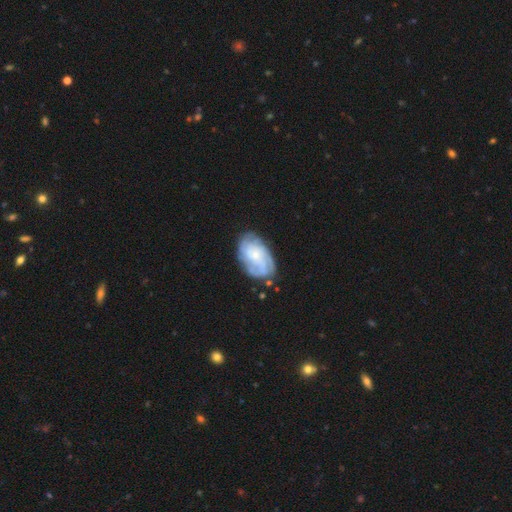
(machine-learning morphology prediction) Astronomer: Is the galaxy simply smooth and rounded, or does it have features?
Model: featured or disk — 72%.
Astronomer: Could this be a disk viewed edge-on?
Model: no — 97%.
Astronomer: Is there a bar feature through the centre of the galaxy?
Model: no — 73%.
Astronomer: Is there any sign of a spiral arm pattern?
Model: yes — 91%.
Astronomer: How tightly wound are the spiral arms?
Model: tight — 57%.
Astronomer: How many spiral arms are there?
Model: can't tell — 38% (runner-up: 4, 20%).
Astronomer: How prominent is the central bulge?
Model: small — 67%.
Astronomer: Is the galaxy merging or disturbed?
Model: none — 70%.